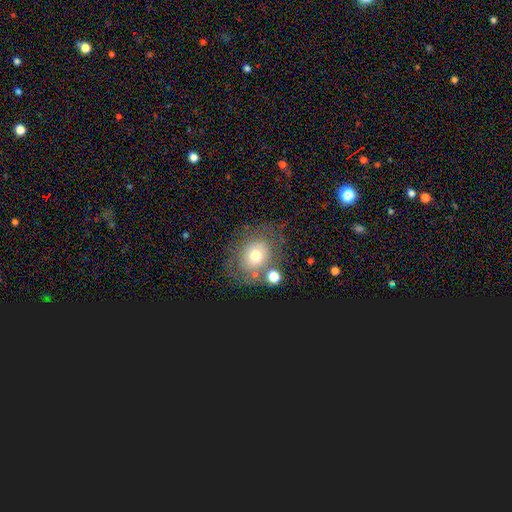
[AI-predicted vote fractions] A smooth galaxy with no disk features (53%) that is round (58%). Merging: none (60%).